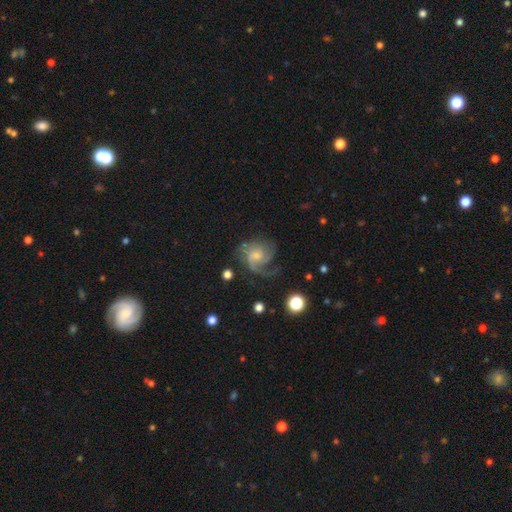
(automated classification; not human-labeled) Smooth or featured?
  - featured or disk: 81% *
  - smooth: 13%
  - star or artifact: 7%
Edge-on disk?
  - no: 98% *
  - yes: 2%
Bar?
  - no: 68% *
  - weak: 29%
  - strong: 4%
Spiral arms?
  - yes: 95% *
  - no: 5%
Spiral winding?
  - medium: 47% *
  - tight: 28%
  - loose: 25%
Spiral arm count?
  - 3: 34% *
  - 2: 22%
  - can't tell: 17%
  - 1: 13%
  - 4: 8%
  - more than 4: 6%
Bulge size?
  - small: 52% *
  - moderate: 35%
  - none: 8%
  - large: 4%
  - dominant: 1%
Merging?
  - none: 55% *
  - major disturbance: 23%
  - minor disturbance: 20%
  - merger: 2%